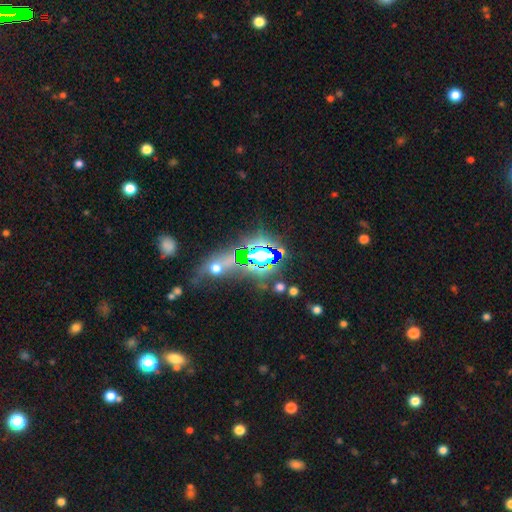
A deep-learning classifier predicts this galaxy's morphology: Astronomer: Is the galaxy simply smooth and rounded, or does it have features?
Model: star or artifact — 64%.